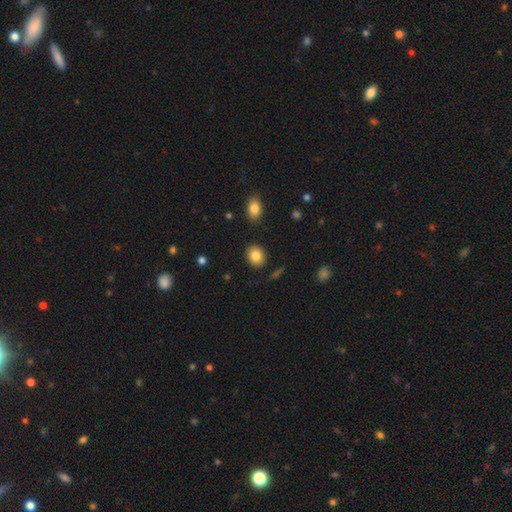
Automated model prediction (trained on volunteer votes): Smooth or featured: smooth — 84% (star or artifact — 8%)
How rounded: round — 64% (in between — 35%)
Merging: none — 88% (minor disturbance — 8%)